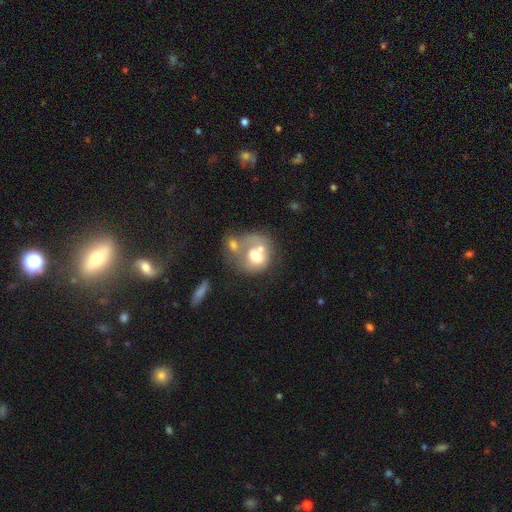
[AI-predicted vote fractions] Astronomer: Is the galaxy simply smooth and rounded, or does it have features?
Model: smooth — 55% (runner-up: featured or disk, 37%).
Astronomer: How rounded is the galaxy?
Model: round — 63%.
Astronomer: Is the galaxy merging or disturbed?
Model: merger — 55%.